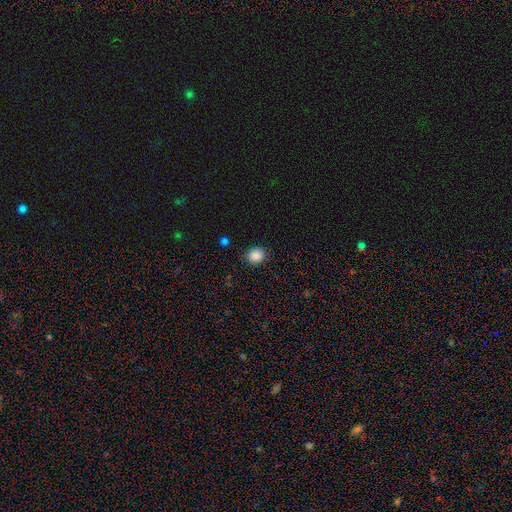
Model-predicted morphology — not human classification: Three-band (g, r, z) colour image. It shows a smooth galaxy with no disk features (86%) that is round (73%). Merging: none (86%).